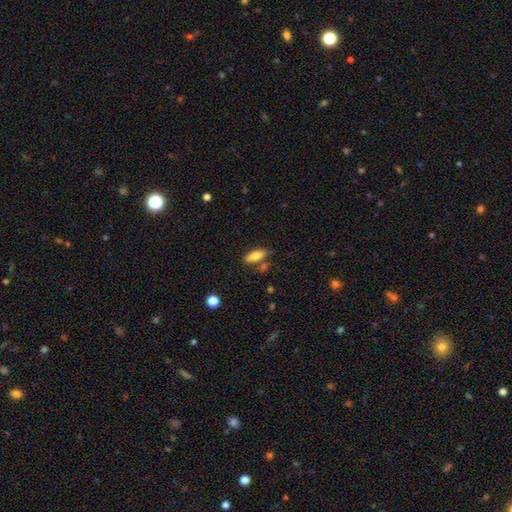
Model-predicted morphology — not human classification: Smooth or featured: smooth — 75% (featured or disk — 17%)
How rounded: in between — 79% (cigar-shaped — 18%)
Merging: none — 70% (minor disturbance — 16%)